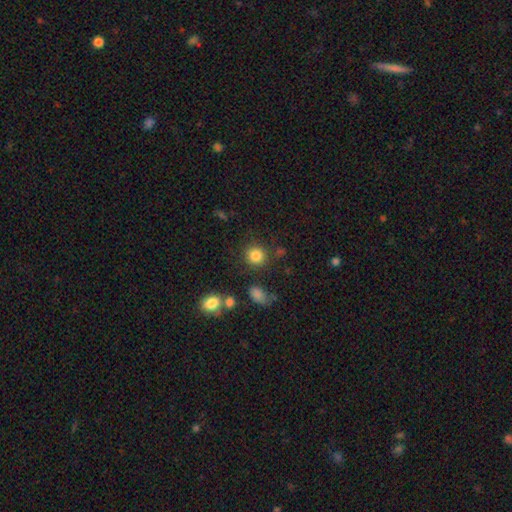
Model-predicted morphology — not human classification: A smooth galaxy with no disk features (84%) that is round (89%). Merging: none (83%).